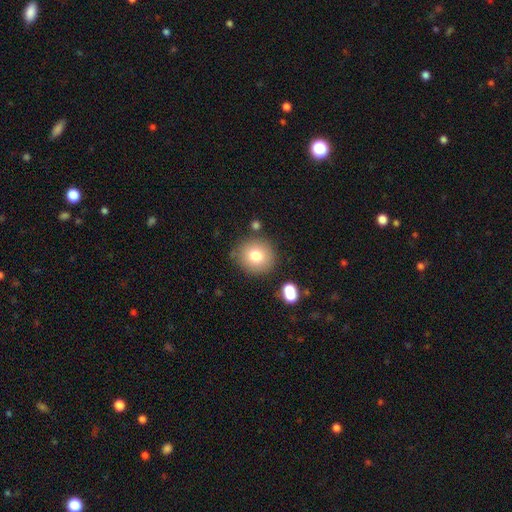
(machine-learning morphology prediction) smooth_or_featured: smooth (p=0.78) [alt: featured or disk p=0.12]
how_rounded: round (p=0.89) [alt: in between p=0.10]
merging: none (p=0.81) [alt: minor disturbance p=0.11]